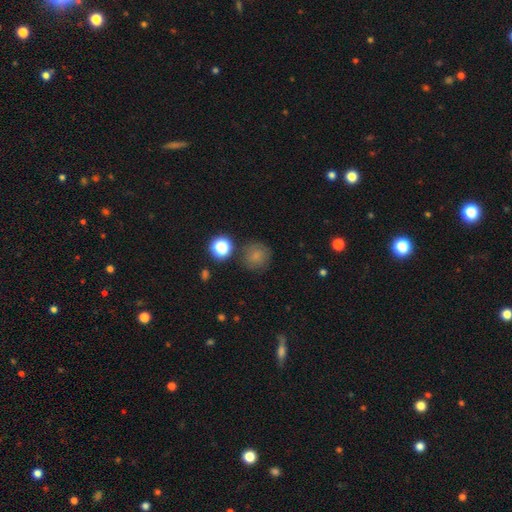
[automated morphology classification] Smooth or featured?
  - smooth: 76% *
  - star or artifact: 15%
  - featured or disk: 10%
How rounded?
  - round: 91% *
  - in between: 8%
  - cigar-shaped: 1%
Merging?
  - none: 76% *
  - minor disturbance: 13%
  - merger: 6%
  - major disturbance: 5%